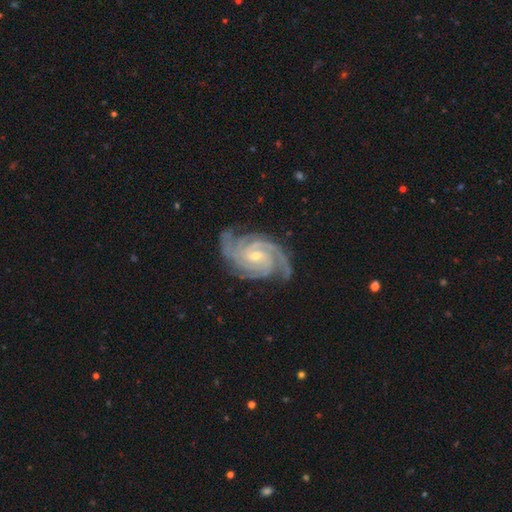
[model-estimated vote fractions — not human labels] The model was most divided on "spiral arm count": 4: 36%, 3: 28%, can't tell: 10%, 2: 10%, more than 4: 9%, 1: 7%. Remaining: spiral arms — yes (99%); edge-on disk — no (98%); smooth or featured — featured or disk (93%); merging — none (78%); spiral winding — tight (72%); bulge size — small (65%); bar — no (49%).